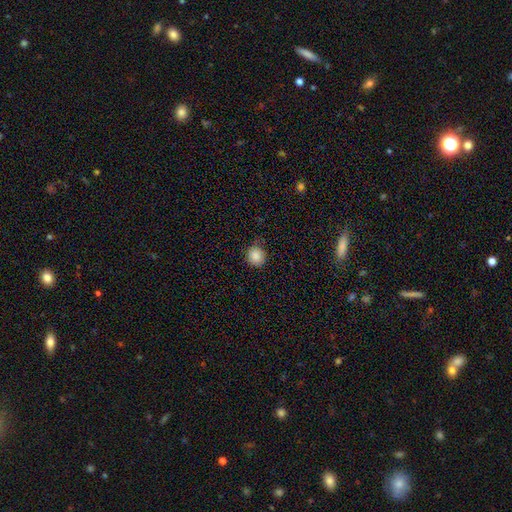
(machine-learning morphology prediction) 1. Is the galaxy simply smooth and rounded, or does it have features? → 86% smooth, 10% star or artifact, 4% featured or disk.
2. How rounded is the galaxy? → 88% round, 11% in between, 1% cigar-shaped.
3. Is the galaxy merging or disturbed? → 80% none, 16% minor disturbance, 3% major disturbance, 1% merger.